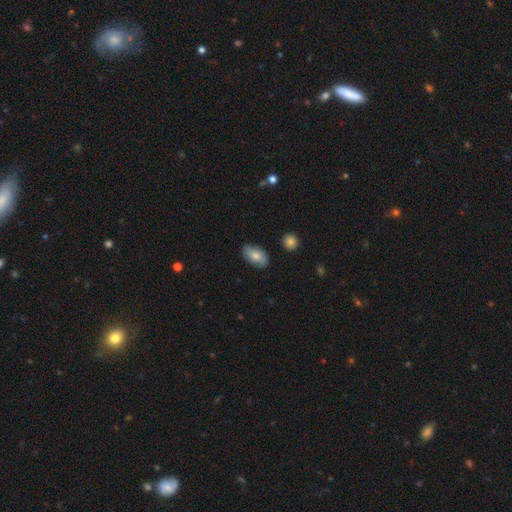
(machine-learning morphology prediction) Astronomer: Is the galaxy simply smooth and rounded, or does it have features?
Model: smooth — 73%.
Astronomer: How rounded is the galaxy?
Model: in between — 93%.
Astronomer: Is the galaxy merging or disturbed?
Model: none — 80%.